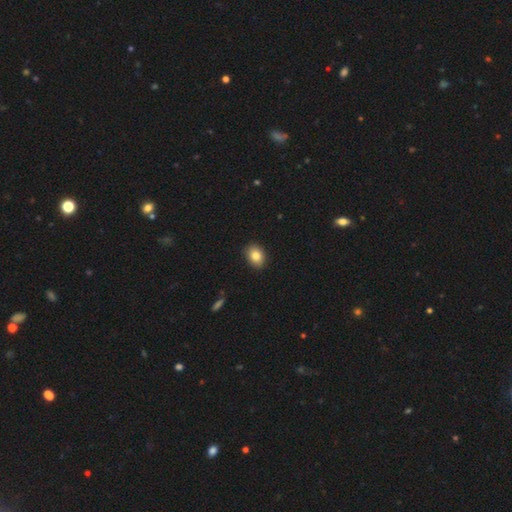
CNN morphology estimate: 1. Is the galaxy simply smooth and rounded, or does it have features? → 85% smooth, 8% star or artifact, 7% featured or disk.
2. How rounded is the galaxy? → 66% in between, 33% round, 1% cigar-shaped.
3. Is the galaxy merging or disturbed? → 90% none, 8% minor disturbance, 2% major disturbance, 1% merger.